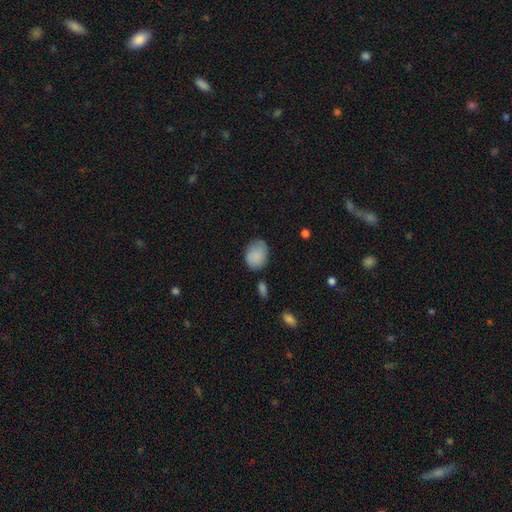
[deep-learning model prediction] smooth 86%, featured or disk 7%, star or artifact 7%. Down the decision tree: how rounded — in between (63%); merging — none (69%).